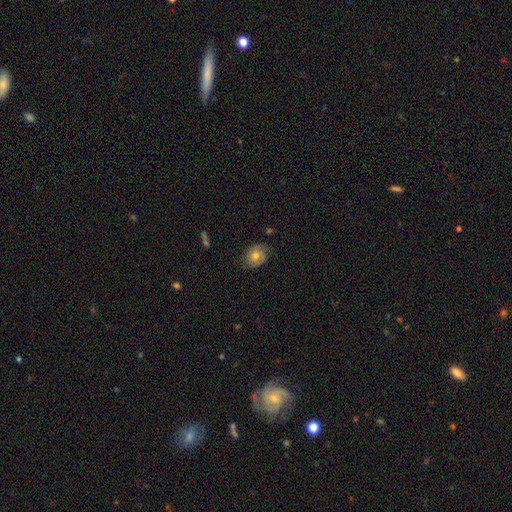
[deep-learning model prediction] A featured or disk galaxy (47%). Merging: none (73%).